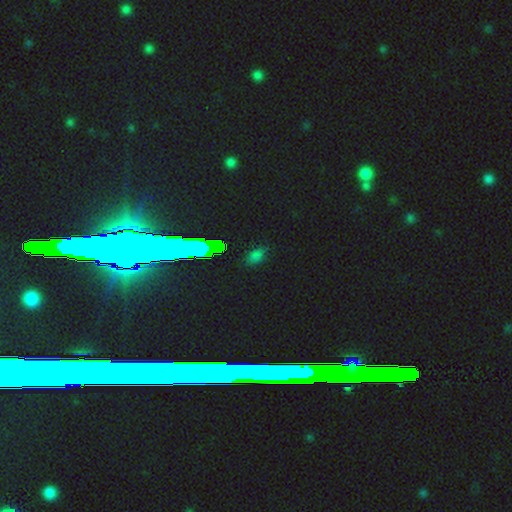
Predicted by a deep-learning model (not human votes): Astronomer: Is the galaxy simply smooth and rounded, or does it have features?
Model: star or artifact — 50% (runner-up: smooth, 42%).